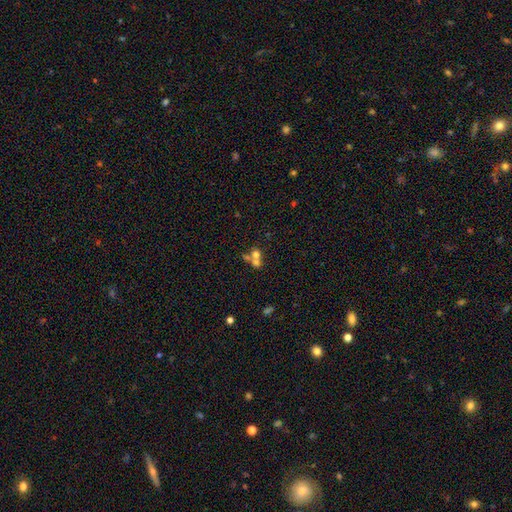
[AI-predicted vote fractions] Smooth or featured?
  - smooth: 60% *
  - featured or disk: 23%
  - star or artifact: 16%
How rounded?
  - round: 76% *
  - in between: 23%
  - cigar-shaped: 1%
Merging?
  - merger: 62% *
  - none: 28%
  - minor disturbance: 6%
  - major disturbance: 4%